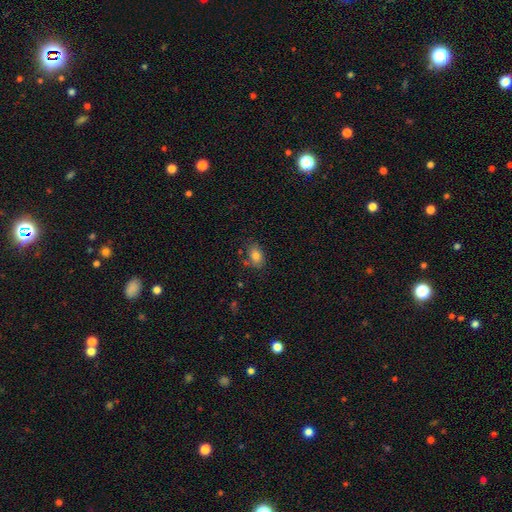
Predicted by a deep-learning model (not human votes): smooth-or-featured: smooth: 81% | star or artifact: 10% | featured or disk: 9%
  how-rounded: in between: 81% | round: 18% | cigar-shaped: 2%
  merging: none: 74% | minor disturbance: 18% | major disturbance: 5% | merger: 4%